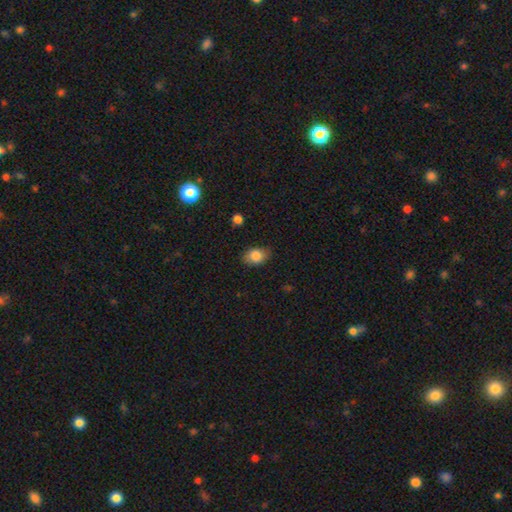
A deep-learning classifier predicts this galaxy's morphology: Smooth or featured?
  - smooth: 83% *
  - featured or disk: 9%
  - star or artifact: 8%
How rounded?
  - in between: 77% *
  - round: 21%
  - cigar-shaped: 1%
Merging?
  - none: 80% *
  - minor disturbance: 16%
  - major disturbance: 3%
  - merger: 1%